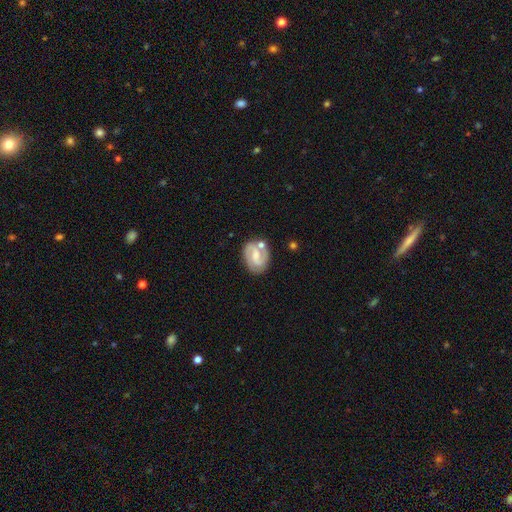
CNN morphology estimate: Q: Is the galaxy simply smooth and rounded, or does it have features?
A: featured or disk — 74%.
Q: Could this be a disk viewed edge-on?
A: no — 98%.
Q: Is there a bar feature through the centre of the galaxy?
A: weak — 52%.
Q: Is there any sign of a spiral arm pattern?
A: yes — 91%.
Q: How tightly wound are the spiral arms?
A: medium — 48%.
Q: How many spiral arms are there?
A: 2 — 82%.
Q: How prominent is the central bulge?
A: small — 35%.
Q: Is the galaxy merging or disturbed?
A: none — 66%.